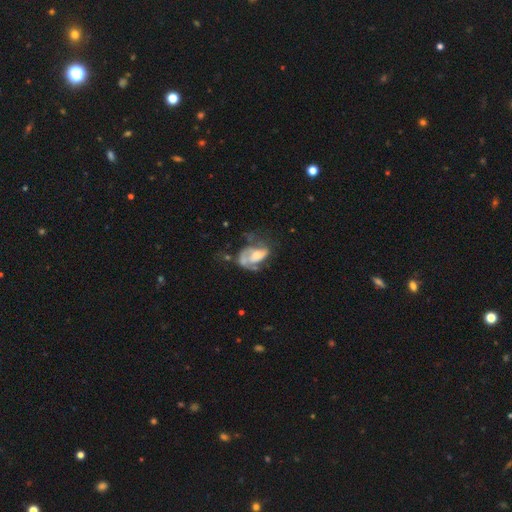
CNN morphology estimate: Smooth or featured?
  - featured or disk: 60% *
  - smooth: 32%
  - star or artifact: 8%
Edge-on disk?
  - no: 96% *
  - yes: 4%
Bar?
  - no: 70% *
  - weak: 23%
  - strong: 7%
Spiral arms?
  - yes: 57% *
  - no: 43%
Bulge size?
  - moderate: 40% *
  - small: 28%
  - large: 15%
  - none: 15%
  - dominant: 2%
Merging?
  - major disturbance: 39% *
  - none: 28%
  - minor disturbance: 22%
  - merger: 11%